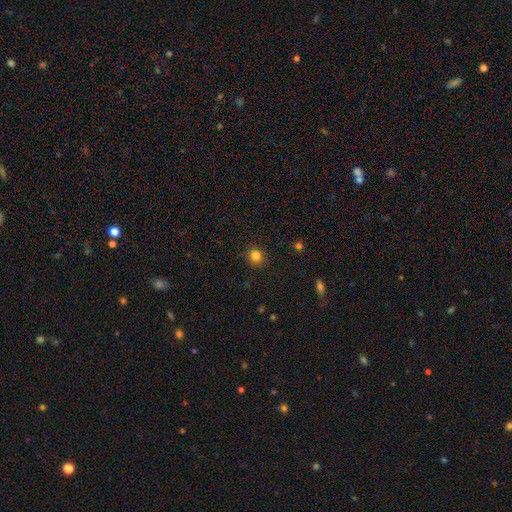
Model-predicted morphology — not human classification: Smooth or featured? smooth (83%)
How rounded? round (82%)
Merging? none (89%)